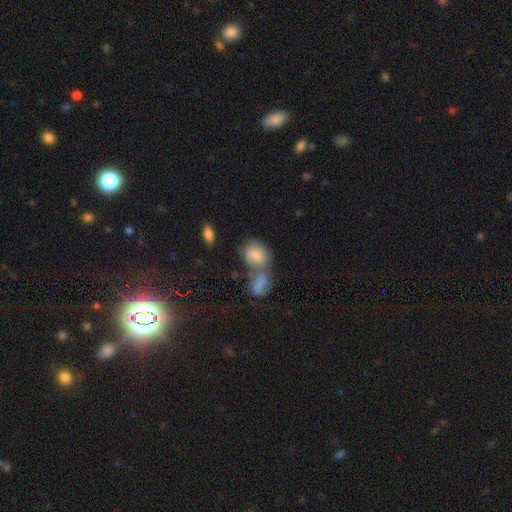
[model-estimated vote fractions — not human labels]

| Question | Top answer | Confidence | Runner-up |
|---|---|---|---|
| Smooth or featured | smooth | 79% | featured or disk (13%) |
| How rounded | in between | 69% | round (29%) |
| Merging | merger | 60% | none (23%) |